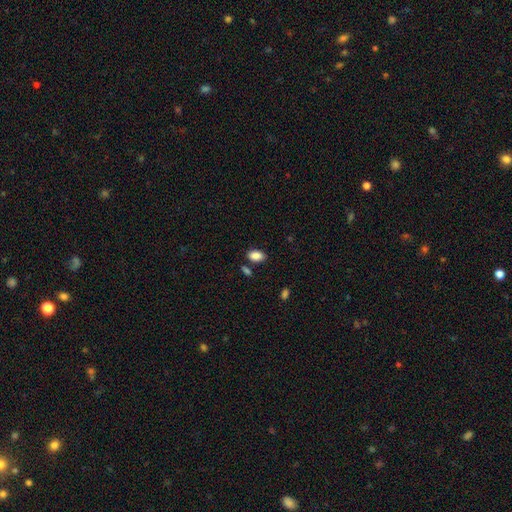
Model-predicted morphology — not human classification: This appears to be a smooth galaxy with no disk features (88%) that is in between round and cigar-shaped (91%). Merging: none (79%).